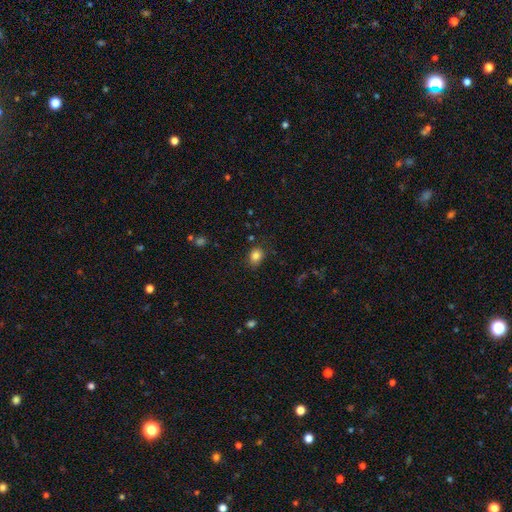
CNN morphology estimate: The model was most divided on "how rounded": round: 51%, in between: 48%, cigar-shaped: 1%. More confident: smooth or featured — smooth (83%); merging — none (80%).